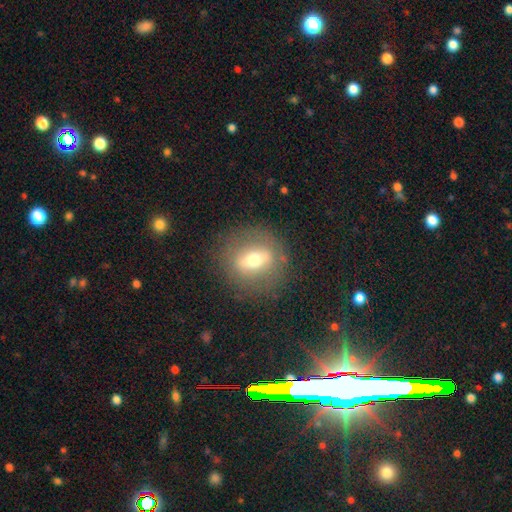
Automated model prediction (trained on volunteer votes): Smooth or featured? Predicted: smooth (p=0.46). Merging? Predicted: none (p=0.82).